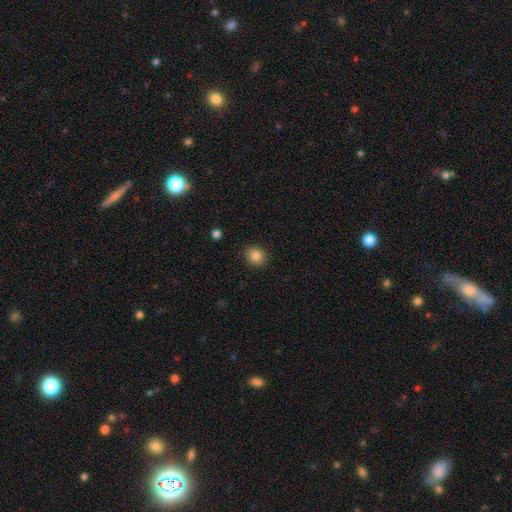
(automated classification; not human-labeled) The model was most divided on "how rounded": round: 76%, in between: 23%, cigar-shaped: 1%. More confident: merging — none (90%); smooth or featured — smooth (84%).